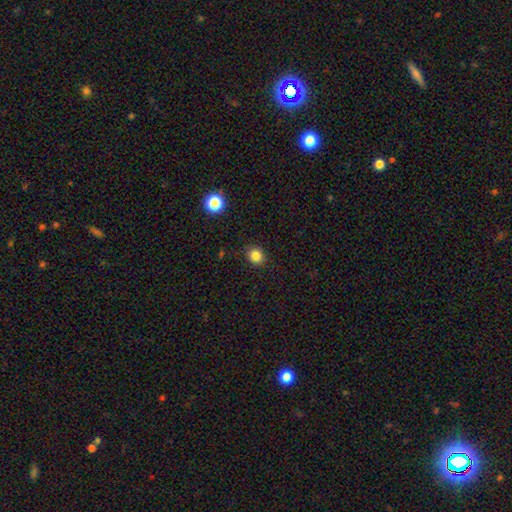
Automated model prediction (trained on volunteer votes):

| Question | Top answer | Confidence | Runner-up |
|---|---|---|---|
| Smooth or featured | smooth | 83% | star or artifact (12%) |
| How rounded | round | 77% | in between (23%) |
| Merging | none | 88% | minor disturbance (8%) |